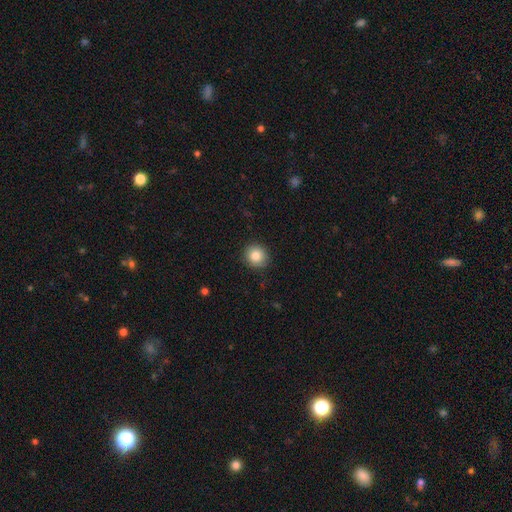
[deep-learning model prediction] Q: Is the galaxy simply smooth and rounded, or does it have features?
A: smooth — 84%.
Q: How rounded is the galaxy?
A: round — 89%.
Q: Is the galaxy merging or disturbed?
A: none — 90%.